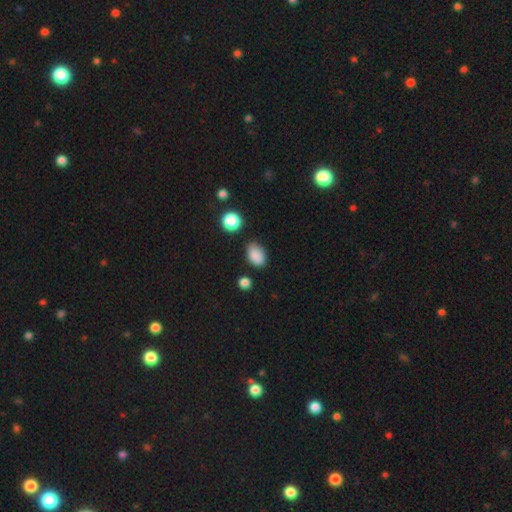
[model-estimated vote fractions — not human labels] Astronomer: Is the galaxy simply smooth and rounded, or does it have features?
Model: smooth — 84%.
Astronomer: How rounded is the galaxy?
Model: in between — 84%.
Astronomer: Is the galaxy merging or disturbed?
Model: none — 69%.